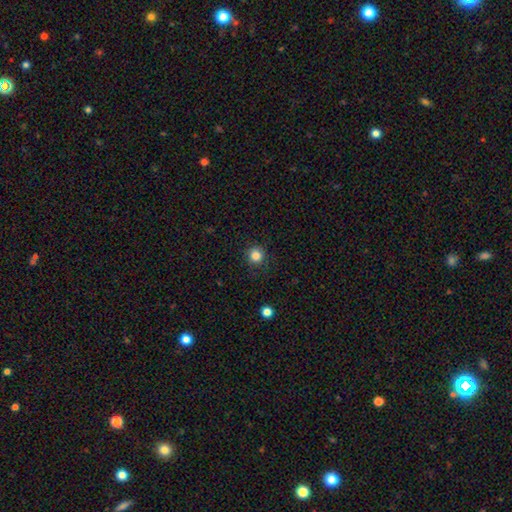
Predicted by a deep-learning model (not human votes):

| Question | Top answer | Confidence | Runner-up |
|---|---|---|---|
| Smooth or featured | smooth | 84% | star or artifact (12%) |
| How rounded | round | 93% | in between (6%) |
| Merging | none | 87% | minor disturbance (9%) |